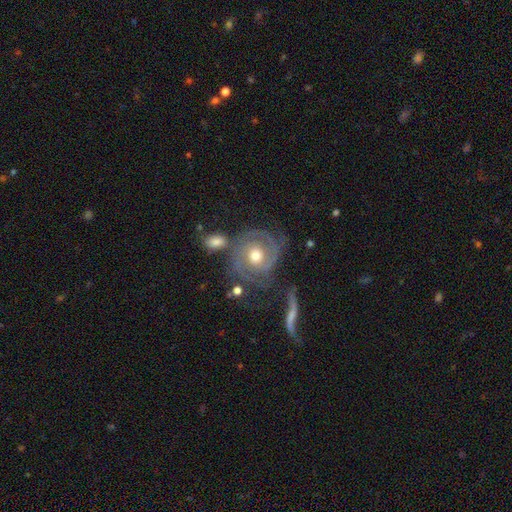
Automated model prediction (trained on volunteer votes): smooth_or_featured: featured or disk (p=0.82) [alt: smooth p=0.12]
disk_edge_on: no (p=0.97) [alt: yes p=0.03]
bar: no (p=0.77) [alt: weak p=0.18]
has_spiral_arms: yes (p=0.92) [alt: no p=0.08]
spiral_winding: tight (p=0.64) [alt: medium p=0.28]
spiral_arm_count: 2 (p=0.51) [alt: can't tell p=0.20]
bulge_size: moderate (p=0.76) [alt: small p=0.14]
merging: none (p=0.61) [alt: minor disturbance p=0.18]